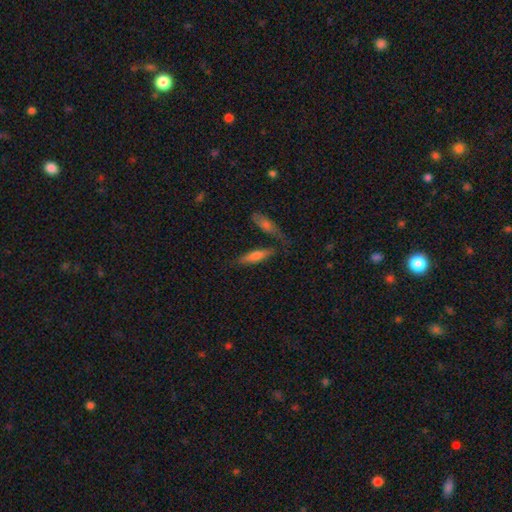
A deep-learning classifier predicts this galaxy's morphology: type=smooth (62%); roundness=cigar-shaped (68%); merging=none (68%).